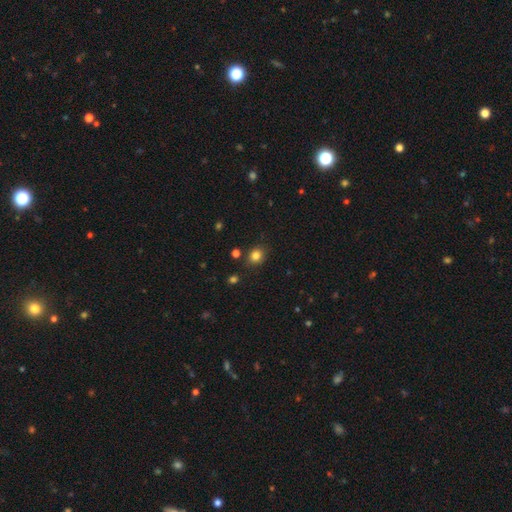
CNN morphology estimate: A smooth galaxy with no disk features (82%) that is round (69%).

Vote fractions:
- Smooth or featured? smooth: 82% / star or artifact: 13% / featured or disk: 6%
- How rounded? round: 69% / in between: 30% / cigar-shaped: 1%
- Merging? none: 84% / minor disturbance: 10% / merger: 3% / major disturbance: 3%